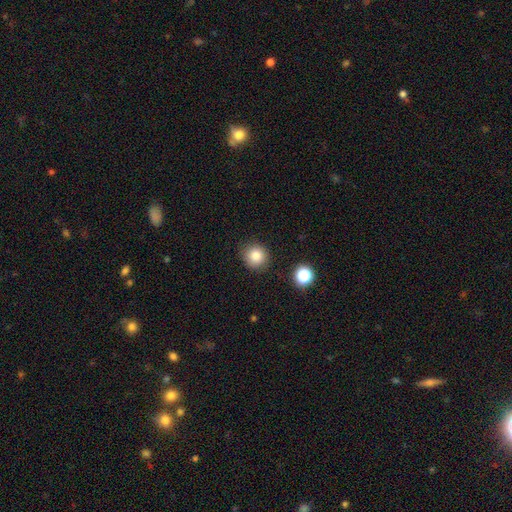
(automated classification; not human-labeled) smooth-or-featured: smooth: 83% | star or artifact: 11% | featured or disk: 6%
  how-rounded: round: 91% | in between: 8% | cigar-shaped: 1%
  merging: none: 87% | minor disturbance: 9% | major disturbance: 2% | merger: 2%